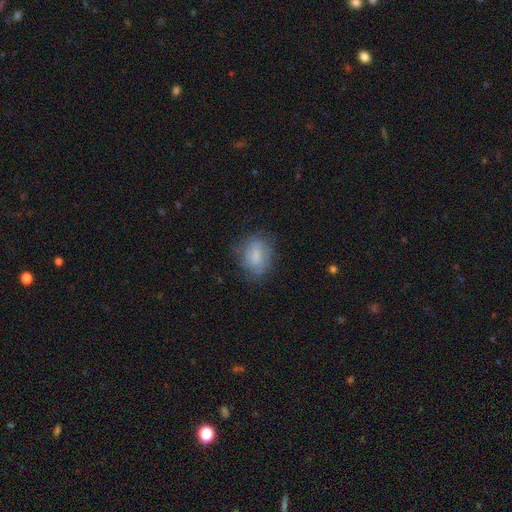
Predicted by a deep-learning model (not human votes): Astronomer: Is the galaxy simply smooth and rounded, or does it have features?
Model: smooth — 71%.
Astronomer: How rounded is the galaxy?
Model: in between — 68%.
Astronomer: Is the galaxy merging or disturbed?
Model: none — 68%.